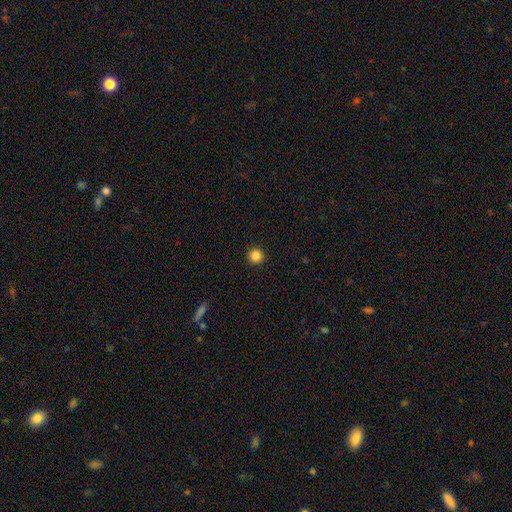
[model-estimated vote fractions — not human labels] A smooth galaxy with no disk features (86%) that is round (96%).

Vote fractions:
- Smooth or featured? smooth: 86% / star or artifact: 11% / featured or disk: 3%
- How rounded? round: 96% / in between: 3% / cigar-shaped: 1%
- Merging? none: 93% / minor disturbance: 4% / major disturbance: 2% / merger: 1%